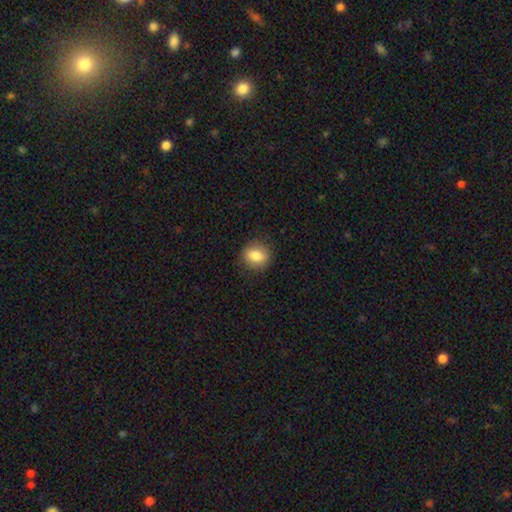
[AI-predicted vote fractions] Smooth or featured?
  - smooth: 82% *
  - featured or disk: 10%
  - star or artifact: 9%
How rounded?
  - round: 65% *
  - in between: 34%
  - cigar-shaped: 1%
Merging?
  - none: 86% *
  - minor disturbance: 10%
  - major disturbance: 3%
  - merger: 1%